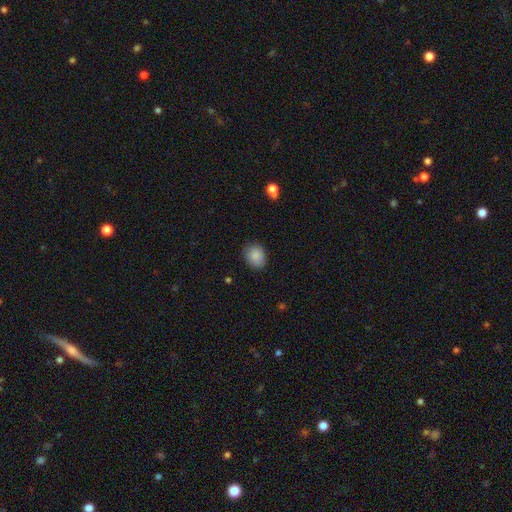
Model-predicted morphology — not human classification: Smooth or featured? Predicted: smooth (p=0.87). How rounded? Predicted: in between (p=0.50). Merging? Predicted: none (p=0.84).